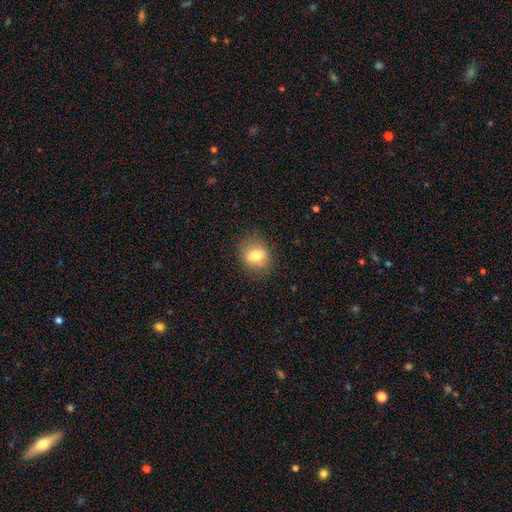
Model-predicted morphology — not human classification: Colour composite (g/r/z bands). It shows a smooth galaxy with no disk features (75%) that is round (56%). Merging: none (81%).